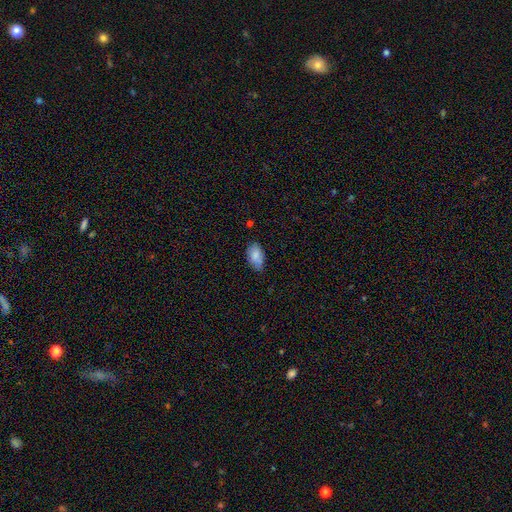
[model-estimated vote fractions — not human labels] smooth_or_featured: smooth (p=0.83) [alt: featured or disk p=0.09]
how_rounded: in between (p=0.93) [alt: round p=0.04]
merging: none (p=0.62) [alt: minor disturbance p=0.31]